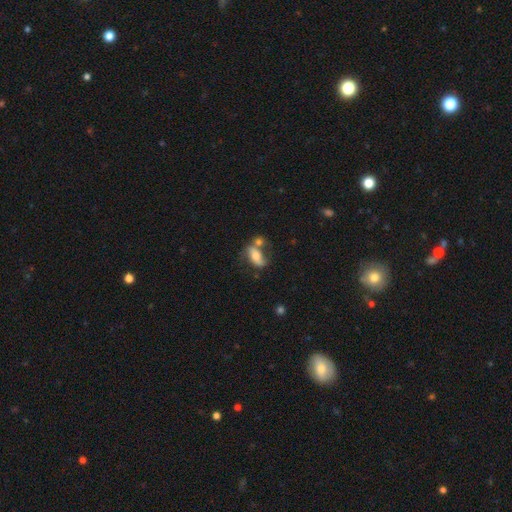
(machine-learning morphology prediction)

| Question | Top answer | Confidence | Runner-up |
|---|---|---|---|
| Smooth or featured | smooth | 47% | featured or disk (45%) |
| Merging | none | 39% | merger (34%) |